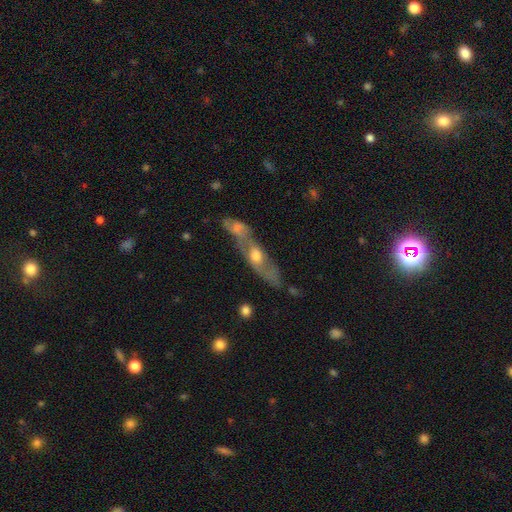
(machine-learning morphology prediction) smooth-or-featured: featured or disk: 60% | smooth: 32% | star or artifact: 8%
  disk-edge-on: no: 56% | yes: 44%
  merging: merger: 40% | none: 36% | minor disturbance: 15% | major disturbance: 9%